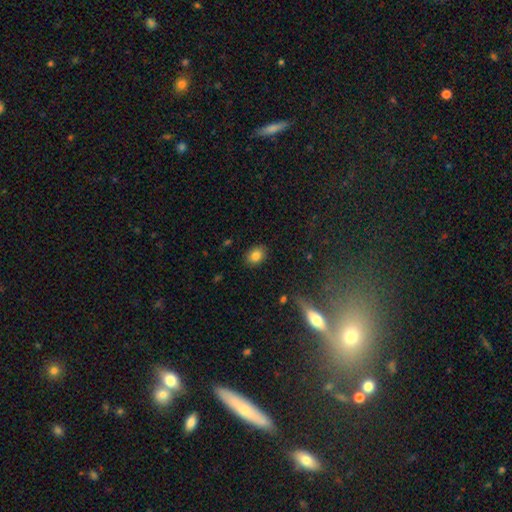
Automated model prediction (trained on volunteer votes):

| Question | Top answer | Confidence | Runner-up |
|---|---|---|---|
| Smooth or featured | smooth | 83% | star or artifact (10%) |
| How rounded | in between | 66% | round (33%) |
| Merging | none | 87% | minor disturbance (9%) |